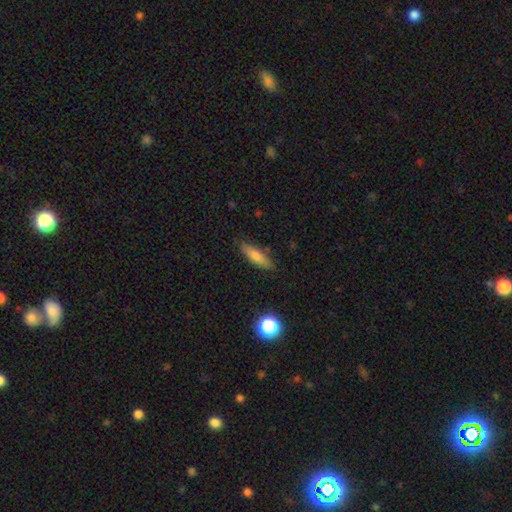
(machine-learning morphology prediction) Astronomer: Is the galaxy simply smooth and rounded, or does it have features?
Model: smooth — 73%.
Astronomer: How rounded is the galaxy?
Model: cigar-shaped — 64%.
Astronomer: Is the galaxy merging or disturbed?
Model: none — 84%.